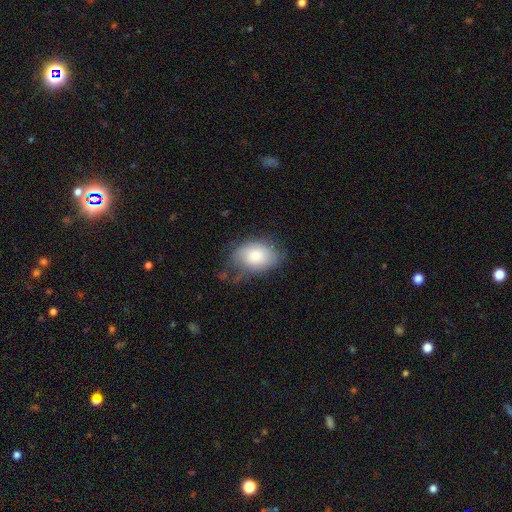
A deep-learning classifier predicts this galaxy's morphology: This appears to be a smooth galaxy with no disk features (67%) that is in between round and cigar-shaped (83%). Merging: none (48%).